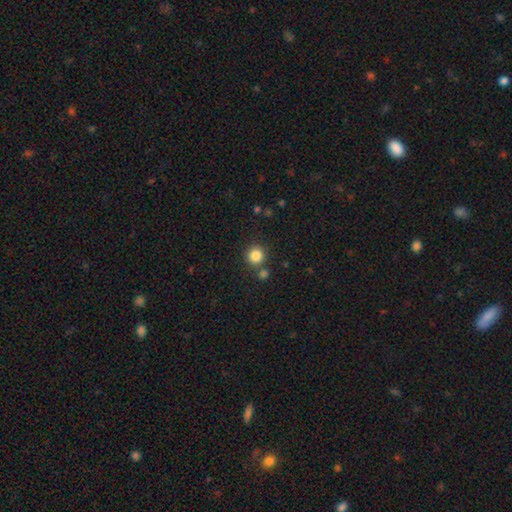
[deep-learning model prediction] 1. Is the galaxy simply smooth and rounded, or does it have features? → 85% smooth, 11% star or artifact, 4% featured or disk.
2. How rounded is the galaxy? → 93% round, 6% in between, 1% cigar-shaped.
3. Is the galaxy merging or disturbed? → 80% none, 10% merger, 7% minor disturbance, 3% major disturbance.